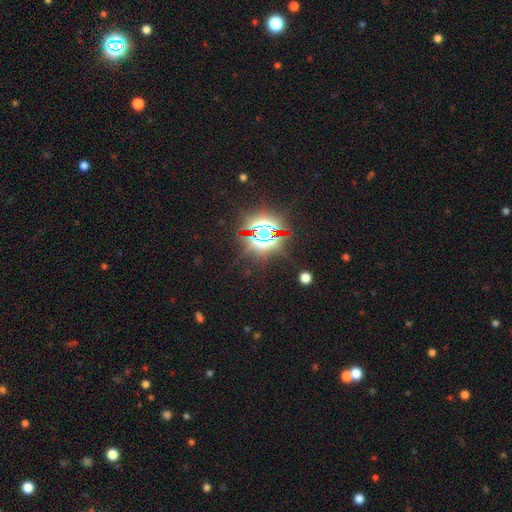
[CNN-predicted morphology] This is clearly a star or artifact rather than a galaxy (85%).